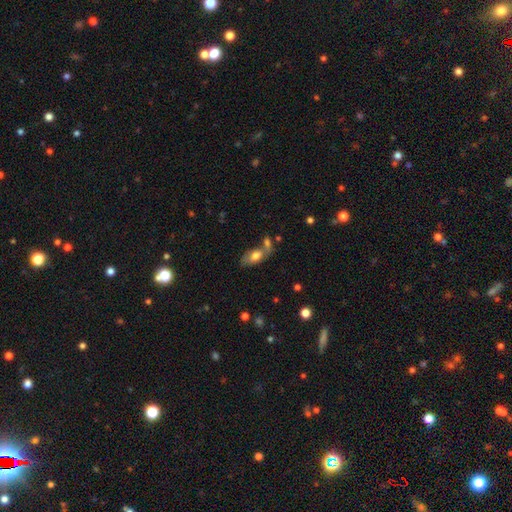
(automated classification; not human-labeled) Smooth or featured? smooth (67%)
How rounded? in between (88%)
Merging? none (45%)